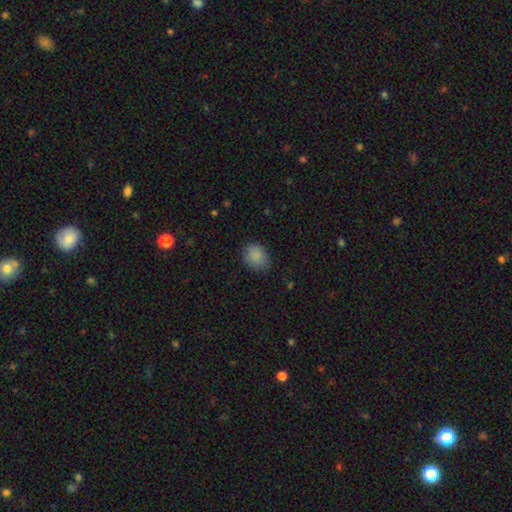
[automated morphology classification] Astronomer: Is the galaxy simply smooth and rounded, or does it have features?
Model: smooth — 87%.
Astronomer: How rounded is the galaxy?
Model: round — 51% (runner-up: in between, 48%).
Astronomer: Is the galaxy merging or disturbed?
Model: none — 80%.